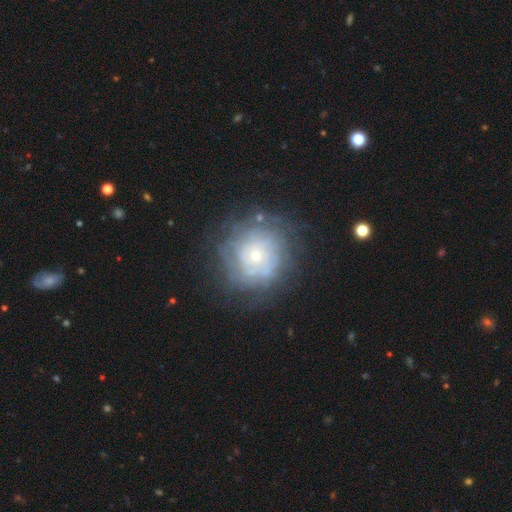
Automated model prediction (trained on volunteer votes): smooth-or-featured: featured or disk: 68% | smooth: 23% | star or artifact: 9%
  disk-edge-on: no: 97% | yes: 3%
    bar: no: 84% | weak: 13% | strong: 3%
    has-spiral-arms: yes: 73% | no: 27%
    bulge-size: small: 65% | moderate: 29% | large: 3% | none: 2% | dominant: 1%
  merging: none: 72% | minor disturbance: 16% | major disturbance: 10% | merger: 2%